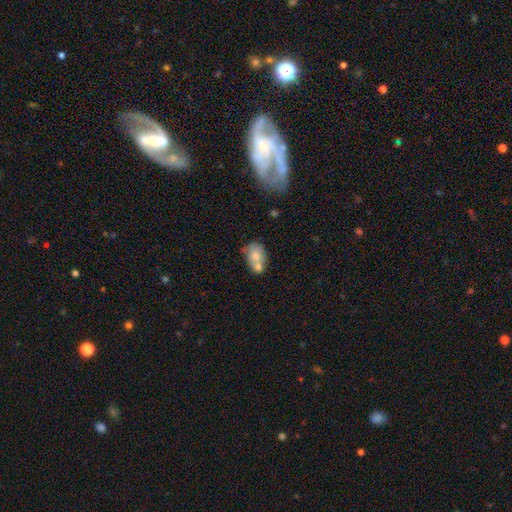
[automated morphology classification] A smooth galaxy with no disk features (68%) that is in between round and cigar-shaped (74%). Merging: merger (50%).